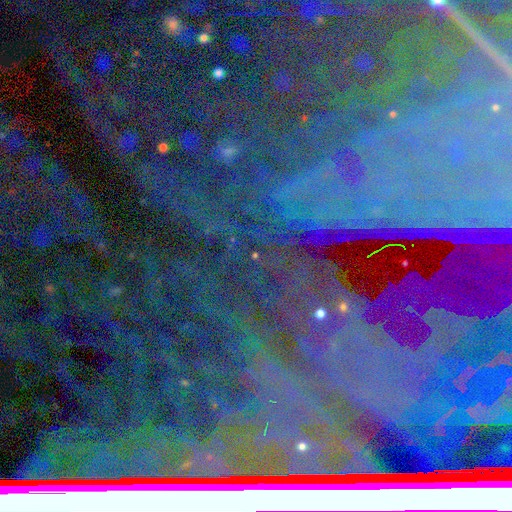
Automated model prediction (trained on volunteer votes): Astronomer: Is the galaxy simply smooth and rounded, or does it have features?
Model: star or artifact — 83%.